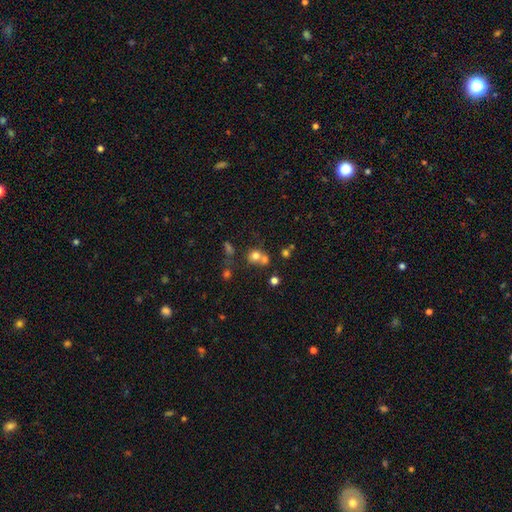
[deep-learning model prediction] smooth-or-featured: smooth: 68% | star or artifact: 17% | featured or disk: 15%
  how-rounded: round: 78% | in between: 21% | cigar-shaped: 1%
  merging: merger: 46% | none: 41% | minor disturbance: 9% | major disturbance: 5%